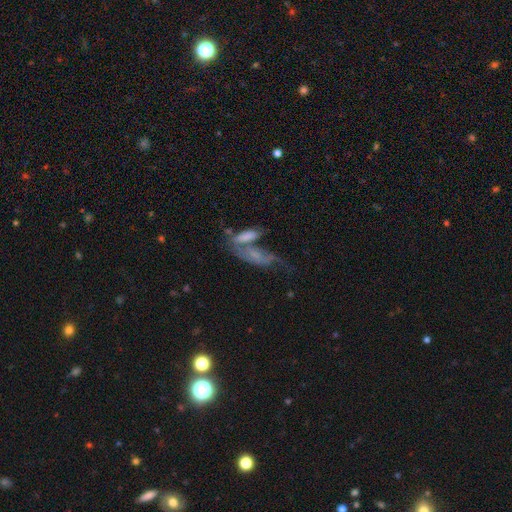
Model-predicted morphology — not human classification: featured or disk 48%, smooth 40%, star or artifact 12%. Down the decision tree: merging — merger (53%).